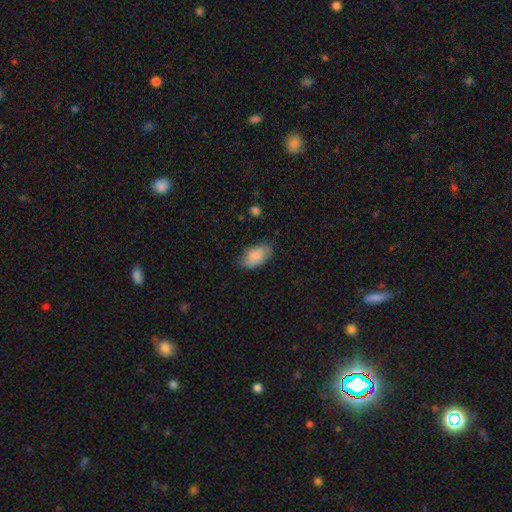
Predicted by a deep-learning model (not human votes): Smooth or featured: smooth — 83% (featured or disk — 10%)
How rounded: in between — 94% (round — 4%)
Merging: none — 77% (minor disturbance — 18%)